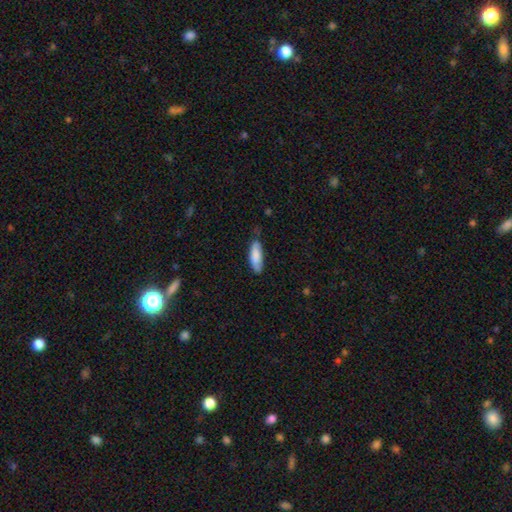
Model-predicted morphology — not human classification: Q: Smooth or featured?
A: smooth (83%); runner-up: featured or disk (11%)
Q: How rounded?
A: in between (56%); runner-up: cigar-shaped (42%)
Q: Merging?
A: none (67%); runner-up: minor disturbance (27%)